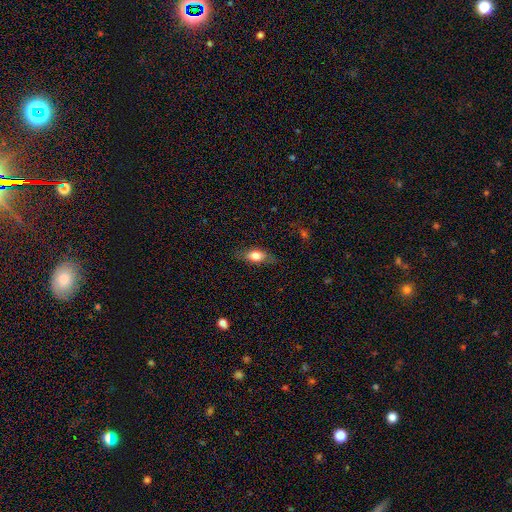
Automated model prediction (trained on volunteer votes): Q: Smooth or featured?
A: smooth (75%); runner-up: featured or disk (17%)
Q: How rounded?
A: in between (80%); runner-up: cigar-shaped (12%)
Q: Merging?
A: none (77%); runner-up: minor disturbance (17%)